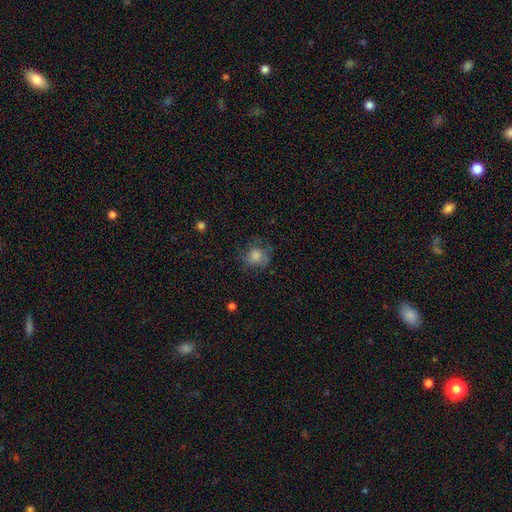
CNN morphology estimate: A smooth galaxy with no disk features (73%) that is round (80%).

Vote fractions:
- Smooth or featured? smooth: 73% / featured or disk: 15% / star or artifact: 12%
- How rounded? round: 80% / in between: 19% / cigar-shaped: 1%
- Merging? none: 65% / minor disturbance: 22% / major disturbance: 12% / merger: 1%